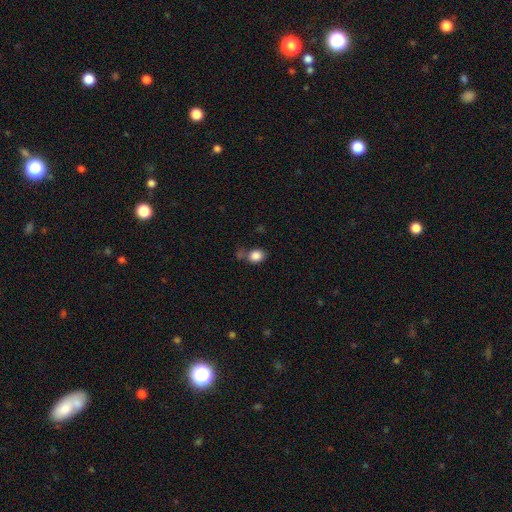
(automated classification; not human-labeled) A smooth galaxy with no disk features (85%) that is round (50%). Merging: none (60%).